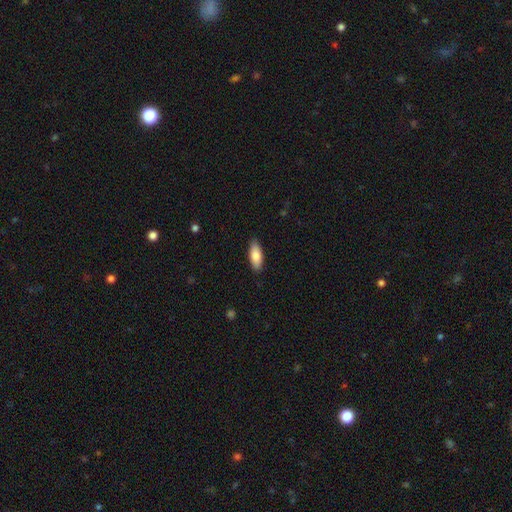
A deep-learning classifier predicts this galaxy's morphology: The model was most divided on "how rounded": in between: 75%, cigar-shaped: 23%, round: 2%. More confident: merging — none (88%); smooth or featured — smooth (82%).